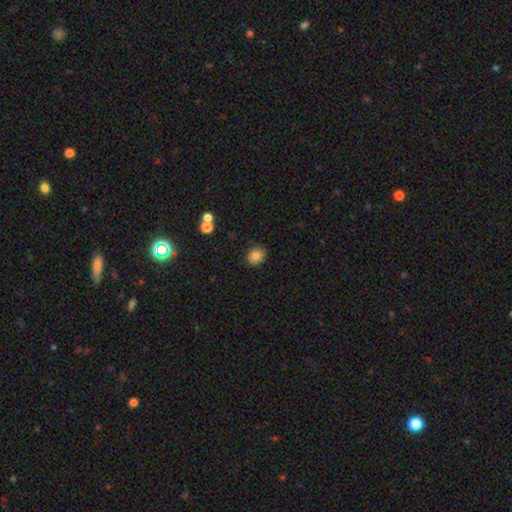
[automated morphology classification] Smooth or featured? Predicted: smooth (p=0.84). How rounded? Predicted: round (p=0.64). Merging? Predicted: none (p=0.87).